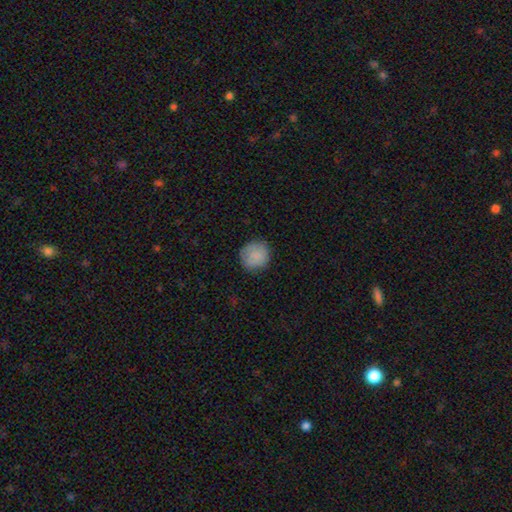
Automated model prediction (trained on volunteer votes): The model was most divided on "merging": none: 83%, minor disturbance: 13%, major disturbance: 3%, merger: 1%. More confident: how rounded — round (92%); smooth or featured — smooth (87%).